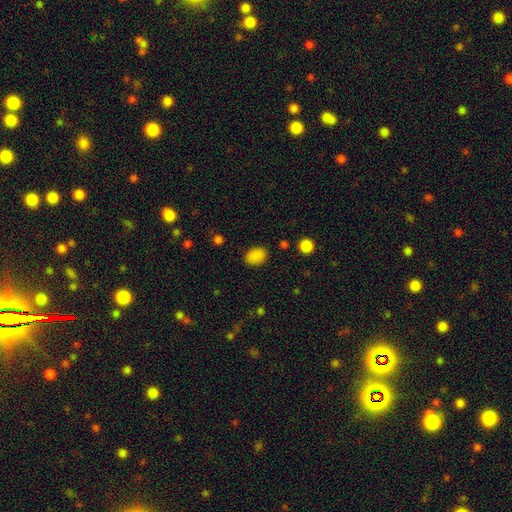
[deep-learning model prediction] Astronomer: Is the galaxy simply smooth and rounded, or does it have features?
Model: smooth — 86%.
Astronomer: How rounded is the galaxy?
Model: in between — 74%.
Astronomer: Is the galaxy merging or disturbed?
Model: none — 85%.